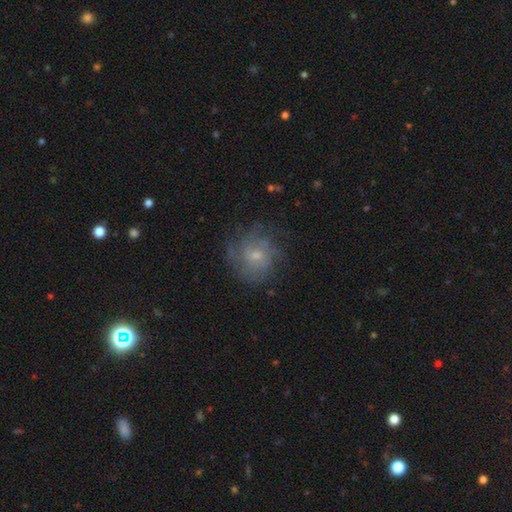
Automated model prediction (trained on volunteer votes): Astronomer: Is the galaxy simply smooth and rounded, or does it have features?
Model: featured or disk — 57% (runner-up: smooth, 32%).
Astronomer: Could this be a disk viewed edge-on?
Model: no — 97%.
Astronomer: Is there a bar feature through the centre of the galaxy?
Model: no — 70%.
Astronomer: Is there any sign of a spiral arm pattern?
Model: yes — 72%.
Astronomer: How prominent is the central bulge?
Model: small — 58% (runner-up: moderate, 36%).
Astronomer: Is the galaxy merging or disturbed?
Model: none — 68%.